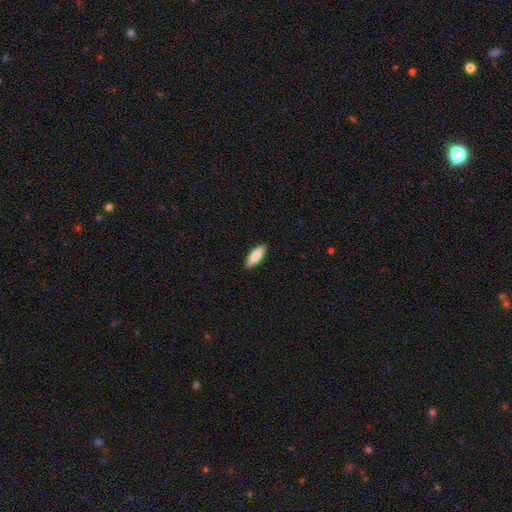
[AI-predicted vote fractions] A smooth galaxy with no disk features (83%) that is in between round and cigar-shaped (61%).

Vote fractions:
- Smooth or featured? smooth: 83% / featured or disk: 12% / star or artifact: 5%
- How rounded? in between: 61% / cigar-shaped: 37% / round: 2%
- Merging? none: 90% / minor disturbance: 8% / major disturbance: 2% / merger: 1%